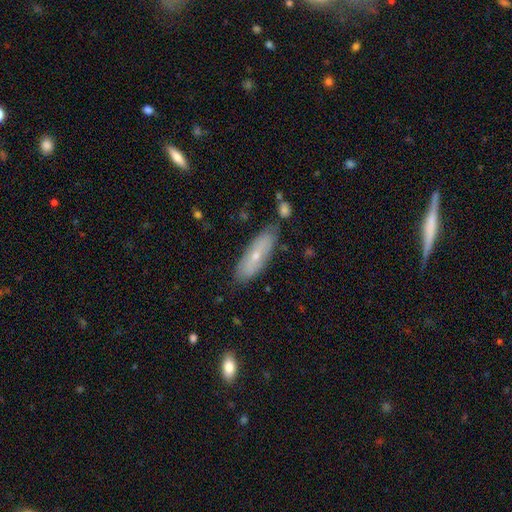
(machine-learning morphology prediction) Smooth or featured?
  - smooth: 53% *
  - featured or disk: 40%
  - star or artifact: 7%
How rounded?
  - cigar-shaped: 50% *
  - in between: 48%
  - round: 2%
Merging?
  - none: 76% *
  - minor disturbance: 16%
  - merger: 5%
  - major disturbance: 3%